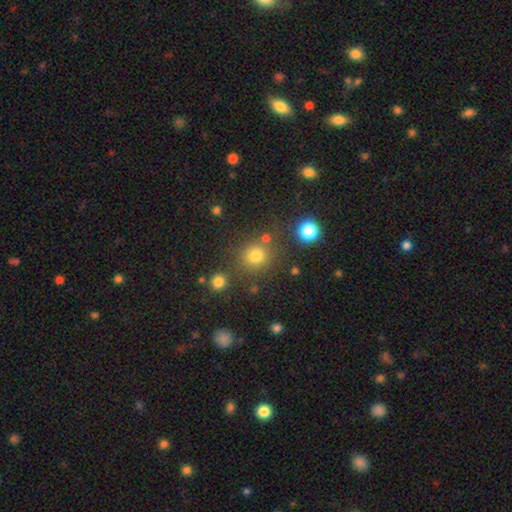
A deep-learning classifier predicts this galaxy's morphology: This appears to be a smooth galaxy with no disk features (76%) that is round (90%). Merging: none (77%).